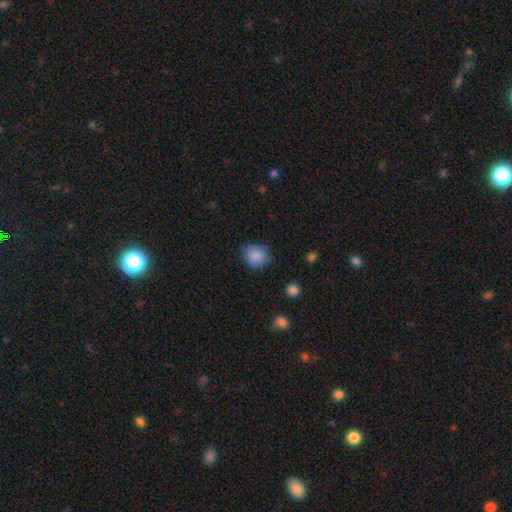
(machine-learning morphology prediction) Q: Smooth or featured?
A: smooth (86%); runner-up: star or artifact (9%)
Q: How rounded?
A: round (78%); runner-up: in between (21%)
Q: Merging?
A: none (73%); runner-up: minor disturbance (21%)